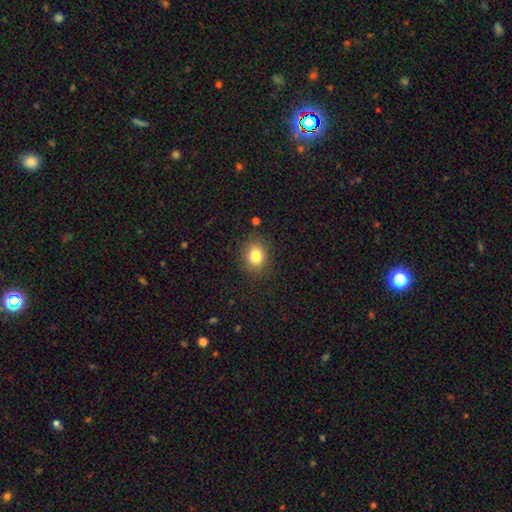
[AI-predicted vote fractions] smooth_or_featured: smooth (p=0.82) [alt: star or artifact p=0.11]
how_rounded: round (p=0.57) [alt: in between p=0.42]
merging: none (p=0.87) [alt: minor disturbance p=0.09]